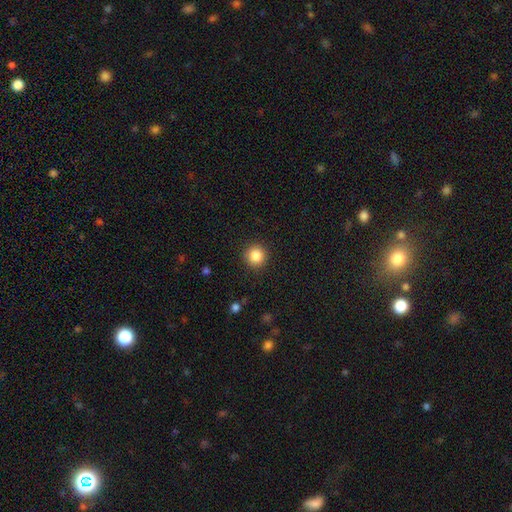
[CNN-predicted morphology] smooth_or_featured: smooth (p=0.86) [alt: star or artifact p=0.10]
how_rounded: round (p=0.94) [alt: in between p=0.05]
merging: none (p=0.92) [alt: minor disturbance p=0.05]